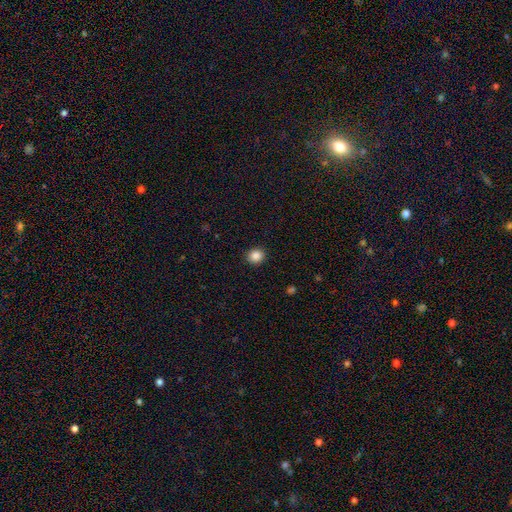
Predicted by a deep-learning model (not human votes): A smooth galaxy with no disk features (87%) that is round (79%). Merging: none (91%).